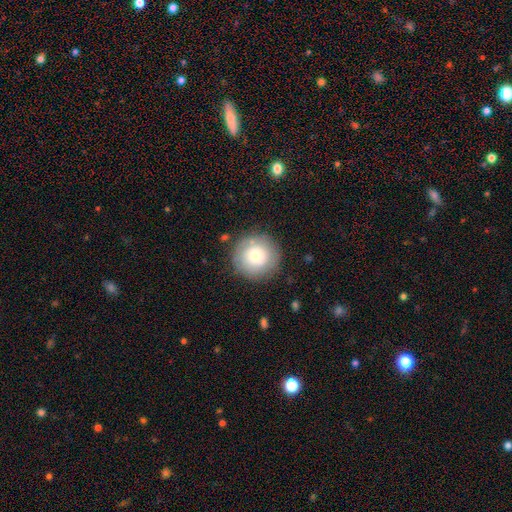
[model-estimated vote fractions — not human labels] This appears to be a smooth galaxy with no disk features (73%) that is round (95%). Merging: none (84%).